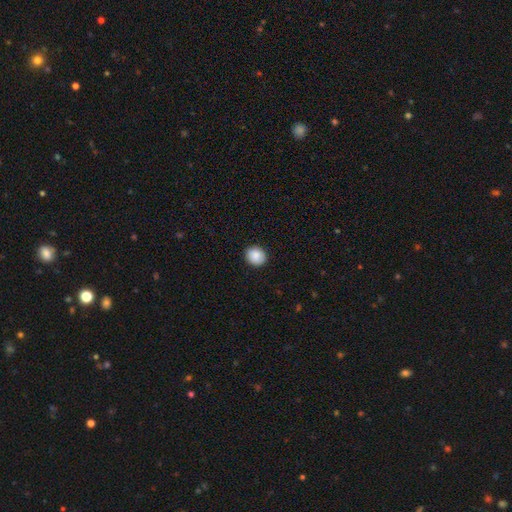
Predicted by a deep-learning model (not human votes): Overall: smooth (89%). How rounded: round (74%). Merging: none (91%).